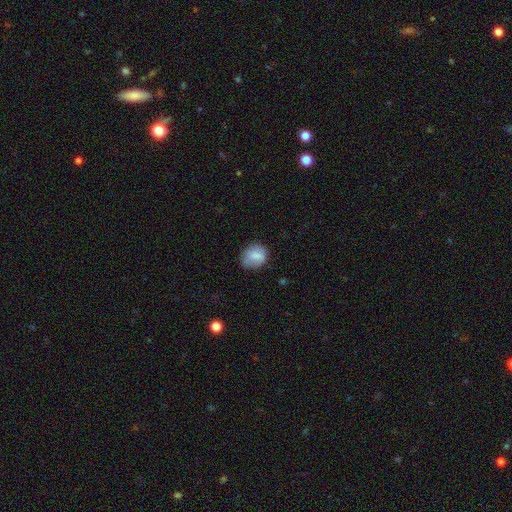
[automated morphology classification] Smooth or featured?
  - smooth: 73% *
  - featured or disk: 19%
  - star or artifact: 8%
How rounded?
  - round: 60% *
  - in between: 38%
  - cigar-shaped: 1%
Merging?
  - none: 65% *
  - minor disturbance: 25%
  - major disturbance: 8%
  - merger: 2%